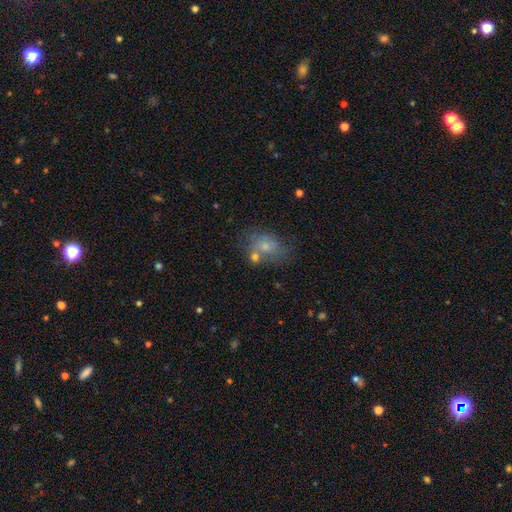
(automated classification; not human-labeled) Smooth or featured? smooth (59%)
How rounded? in between (62%)
Merging? none (54%)